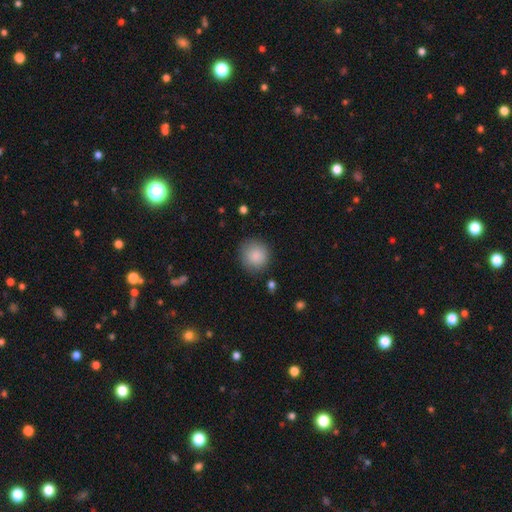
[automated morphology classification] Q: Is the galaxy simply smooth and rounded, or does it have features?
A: smooth — 88%.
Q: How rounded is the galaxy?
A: round — 91%.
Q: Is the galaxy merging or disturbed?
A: none — 85%.